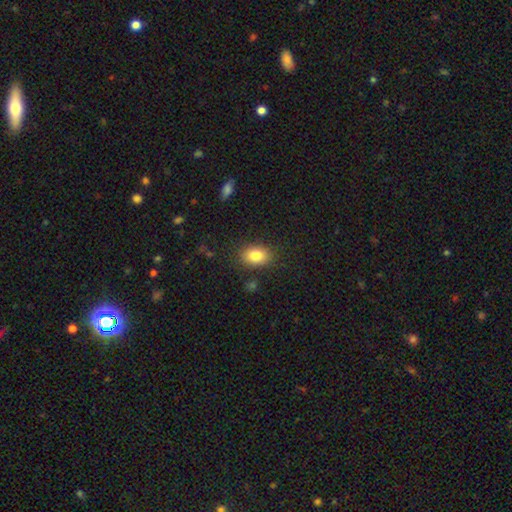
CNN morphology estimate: This is clearly a smooth galaxy (83%). How rounded: likely in between (80%). Merging: clearly none (85%).